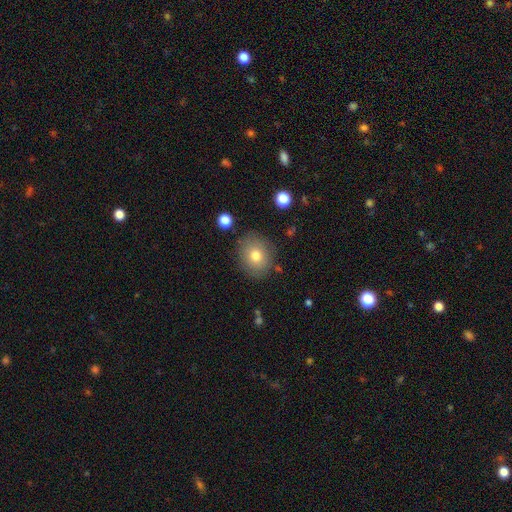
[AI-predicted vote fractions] The model was most divided on "how rounded": round: 69%, in between: 30%, cigar-shaped: 1%. More confident: merging — none (81%); smooth or featured — smooth (75%).